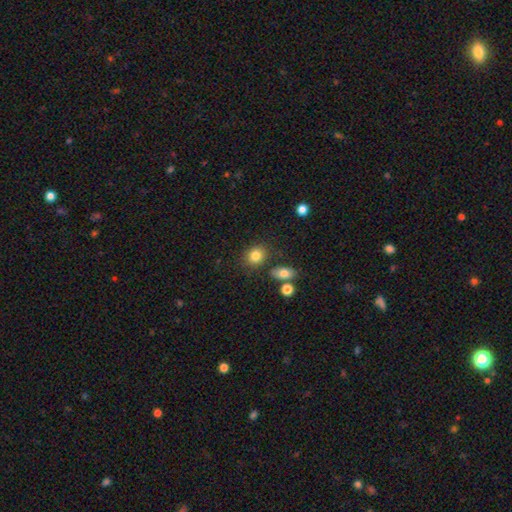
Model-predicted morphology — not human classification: This is clearly a smooth galaxy (82%). How rounded: likely round (61%). Merging: likely none (77%).